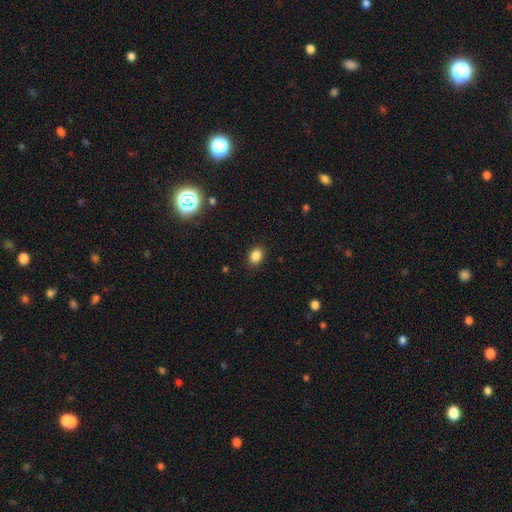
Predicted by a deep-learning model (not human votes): A smooth galaxy with no disk features (85%) that is in between round and cigar-shaped (65%).

Vote fractions:
- Smooth or featured? smooth: 85% / star or artifact: 11% / featured or disk: 4%
- How rounded? in between: 65% / round: 34% / cigar-shaped: 1%
- Merging? none: 88% / minor disturbance: 9% / major disturbance: 2% / merger: 1%